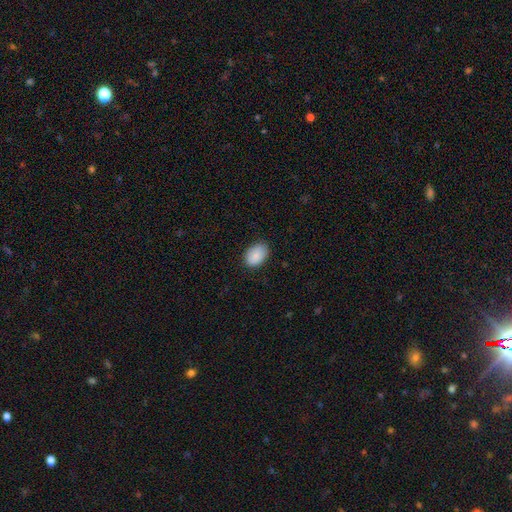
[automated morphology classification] A smooth galaxy with no disk features (87%) that is in between round and cigar-shaped (82%).

Vote fractions:
- Smooth or featured? smooth: 87% / star or artifact: 7% / featured or disk: 6%
- How rounded? in between: 82% / round: 17% / cigar-shaped: 1%
- Merging? none: 82% / minor disturbance: 15% / major disturbance: 3% / merger: 1%